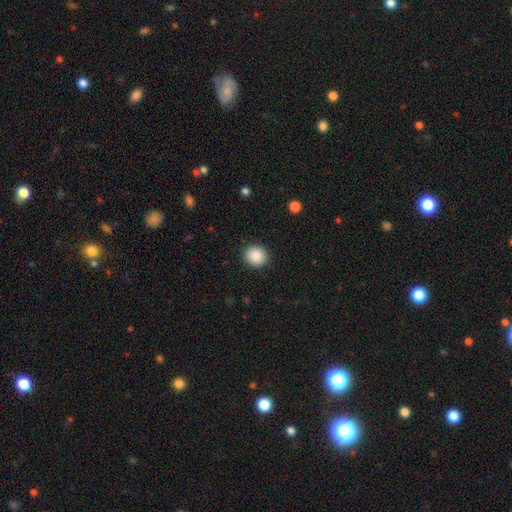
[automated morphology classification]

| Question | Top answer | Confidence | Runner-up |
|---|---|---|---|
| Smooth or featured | smooth | 88% | star or artifact (8%) |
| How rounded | round | 80% | in between (19%) |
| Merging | none | 91% | minor disturbance (6%) |